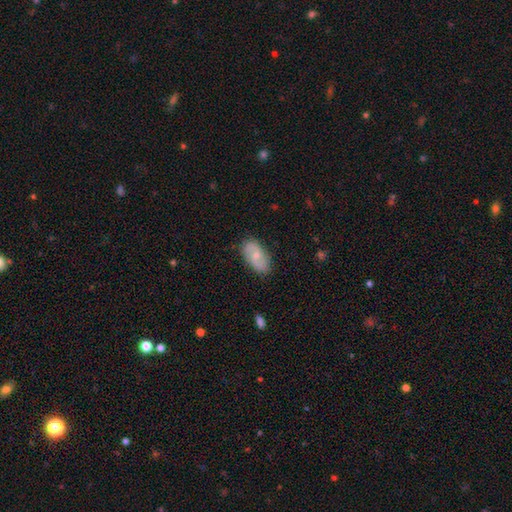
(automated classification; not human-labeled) Smooth or featured: featured or disk — 52% (smooth — 42%)
Edge-on disk: no — 94% (yes — 6%)
Merging: none — 80% (minor disturbance — 15%)